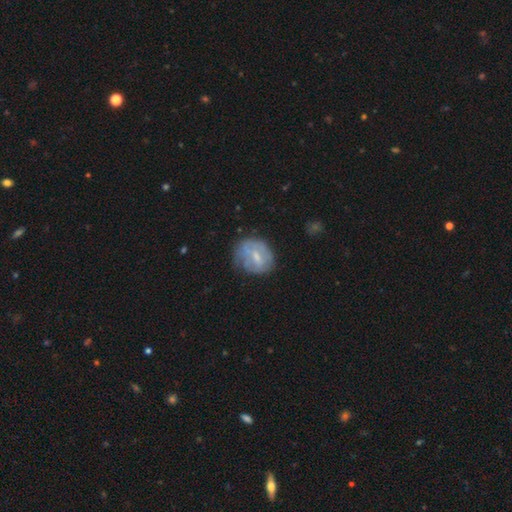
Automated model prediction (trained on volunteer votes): Smooth or featured: featured or disk — 46% (tied with smooth — 46%)
Merging: none — 58% (minor disturbance — 27%)